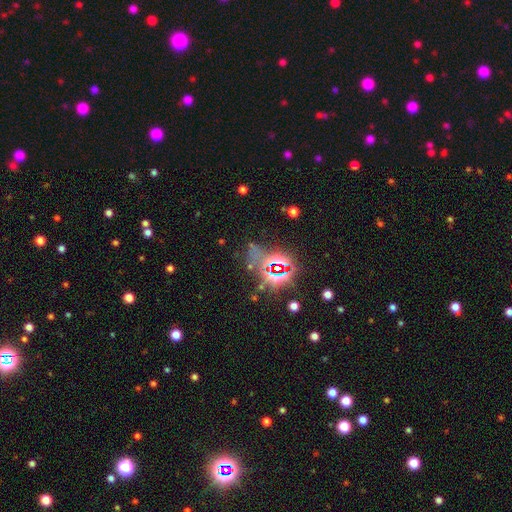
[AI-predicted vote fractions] This is likely a star or artifact rather than a galaxy (72%).